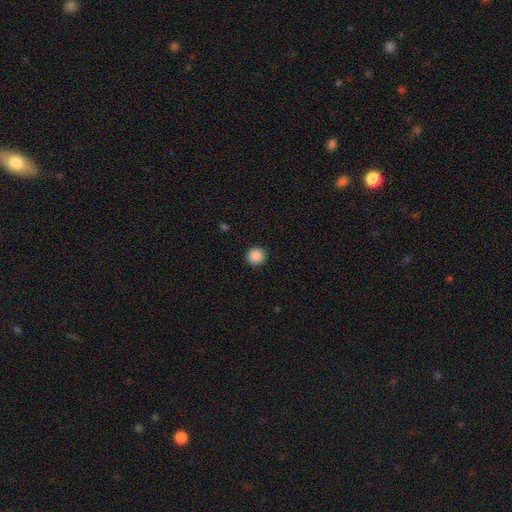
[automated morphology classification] smooth 88%, star or artifact 9%, featured or disk 3%. Down the decision tree: how rounded — round (94%); merging — none (92%).